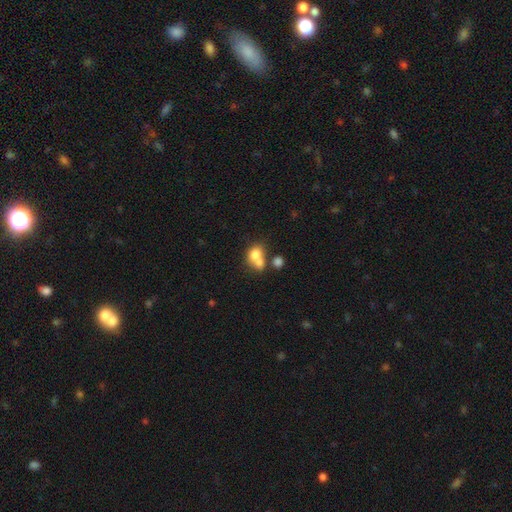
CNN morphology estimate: Smooth or featured? Predicted: smooth (p=0.73). How rounded? Predicted: round (p=0.52). Merging? Predicted: merger (p=0.59).